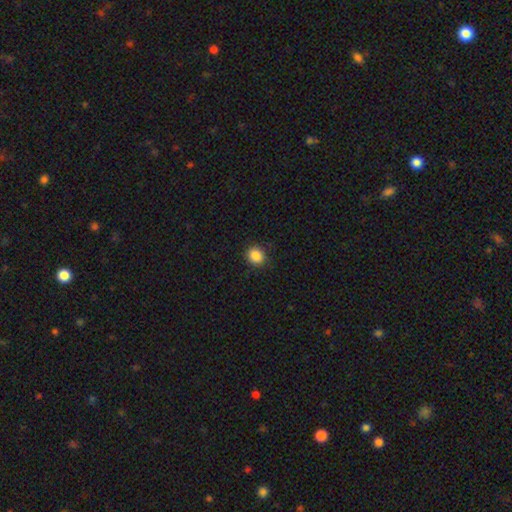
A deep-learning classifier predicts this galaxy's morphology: type=smooth (87%); roundness=round (80%); merging=none (88%).